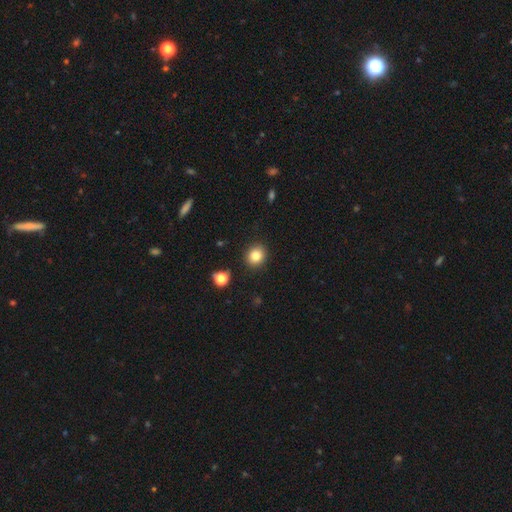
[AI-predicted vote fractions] Smooth or featured? smooth (83%)
How rounded? round (82%)
Merging? none (91%)